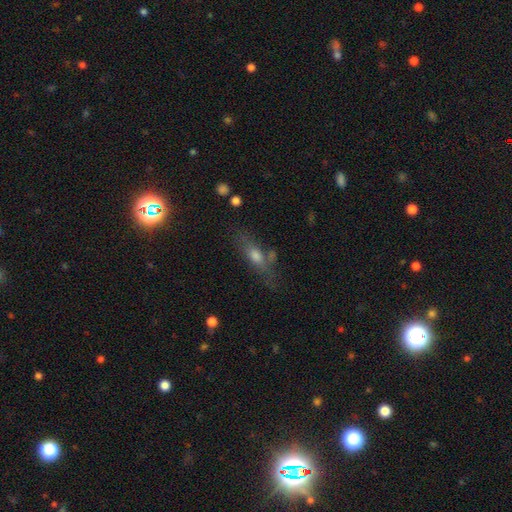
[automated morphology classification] This appears to be a smooth galaxy with no disk features (51%) that is in between round and cigar-shaped (53%). Merging: none (59%).